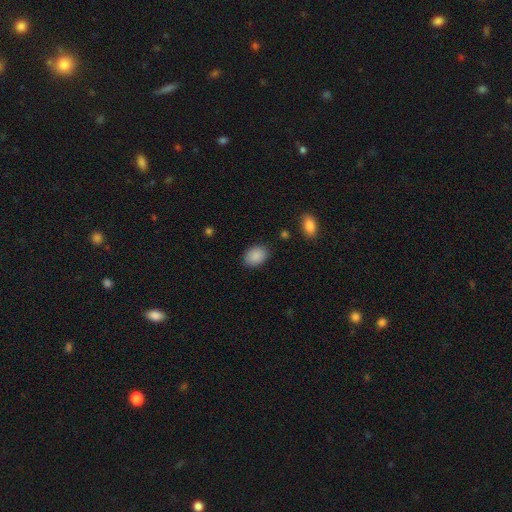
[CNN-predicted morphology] Smooth or featured? Predicted: smooth (p=0.89). How rounded? Predicted: in between (p=0.78). Merging? Predicted: none (p=0.86).